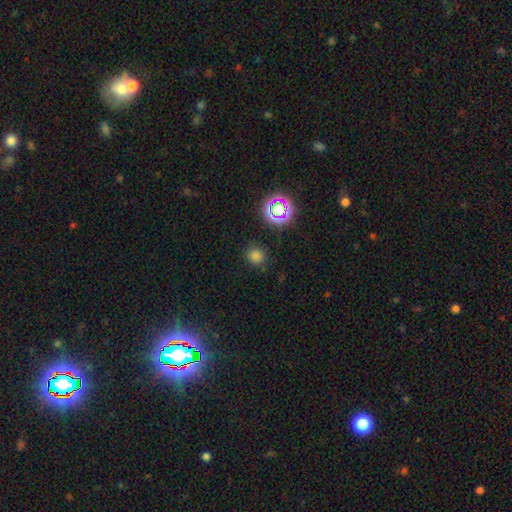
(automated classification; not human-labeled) Q: Smooth or featured?
A: smooth (72%); runner-up: star or artifact (23%)
Q: How rounded?
A: round (90%); runner-up: in between (9%)
Q: Merging?
A: none (85%); runner-up: minor disturbance (10%)